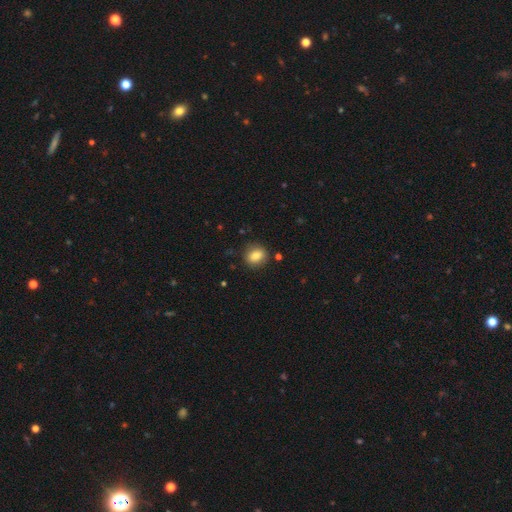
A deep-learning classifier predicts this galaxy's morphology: Overall: smooth (83%). How rounded: round (59%; in between 40%). Merging: none (84%).